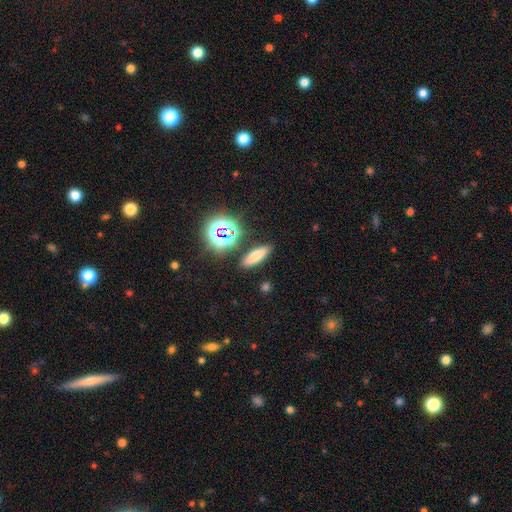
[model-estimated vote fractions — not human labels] A smooth galaxy with no disk features (67%) that is cigar-shaped (49%).

Vote fractions:
- Smooth or featured? smooth: 67% / star or artifact: 21% / featured or disk: 12%
- How rounded? cigar-shaped: 49% / in between: 42% / round: 9%
- Merging? none: 87% / minor disturbance: 8% / merger: 3% / major disturbance: 2%